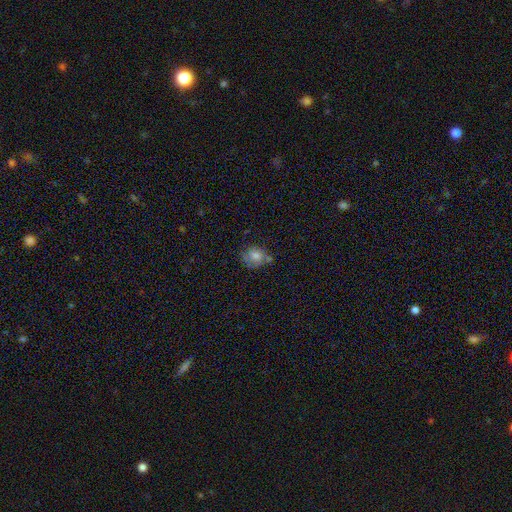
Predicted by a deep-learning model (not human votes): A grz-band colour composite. It shows a smooth galaxy with no disk features (65%) that is round (63%). Merging: none (50%).